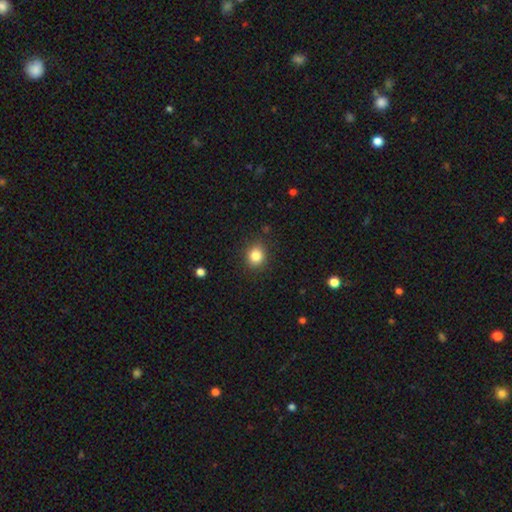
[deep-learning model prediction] A smooth galaxy with no disk features (84%) that is round (80%).

Vote fractions:
- Smooth or featured? smooth: 84% / star or artifact: 11% / featured or disk: 5%
- How rounded? round: 80% / in between: 19% / cigar-shaped: 1%
- Merging? none: 88% / minor disturbance: 8% / major disturbance: 2% / merger: 1%